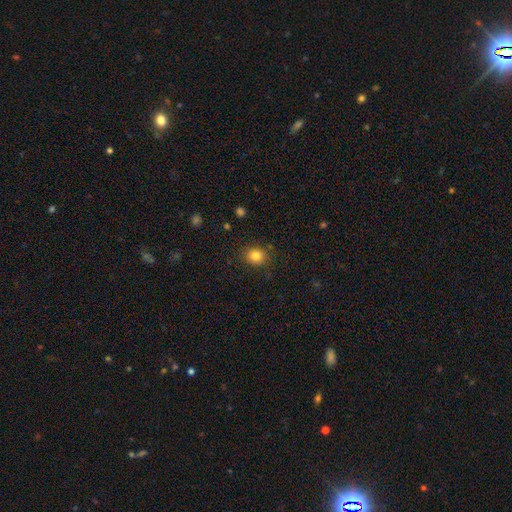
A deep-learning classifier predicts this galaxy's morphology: smooth-or-featured: smooth: 84% | star or artifact: 11% | featured or disk: 5%
  how-rounded: round: 70% | in between: 29% | cigar-shaped: 1%
  merging: none: 84% | minor disturbance: 11% | major disturbance: 3% | merger: 1%